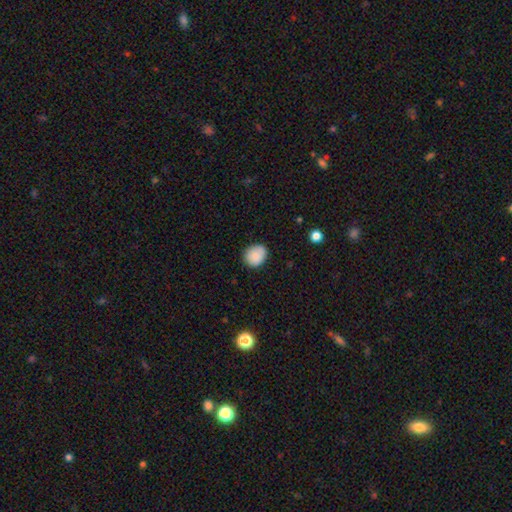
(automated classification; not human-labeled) Q: Smooth or featured?
A: smooth (85%); runner-up: star or artifact (8%)
Q: How rounded?
A: round (64%); runner-up: in between (35%)
Q: Merging?
A: none (81%); runner-up: minor disturbance (15%)